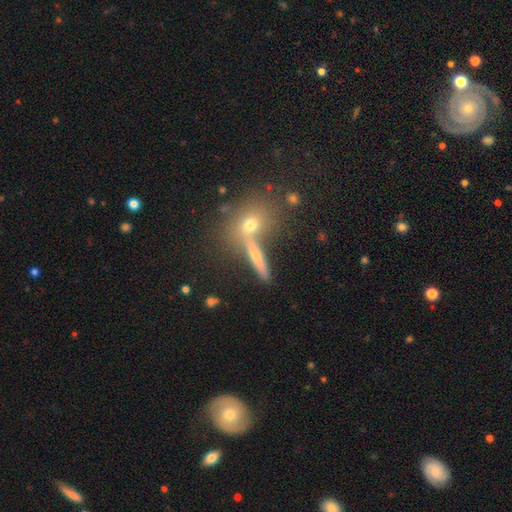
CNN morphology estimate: Smooth or featured: smooth — 59% (featured or disk — 27%)
How rounded: cigar-shaped — 60% (round — 20%)
Merging: none — 66% (merger — 20%)